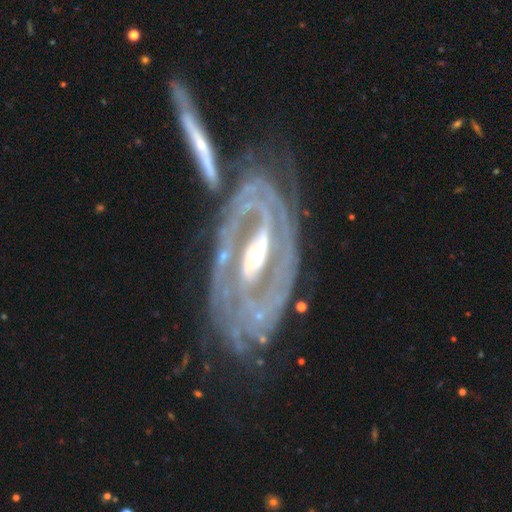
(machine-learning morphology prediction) featured or disk 90%, smooth 5%, star or artifact 5%. Down the decision tree: edge-on disk — no (93%); bar — strong (49%); spiral arms — yes (92%); spiral arm count — 2 (55%); spiral winding — tight (66%); bulge size — small (49%); merging — none (51%).